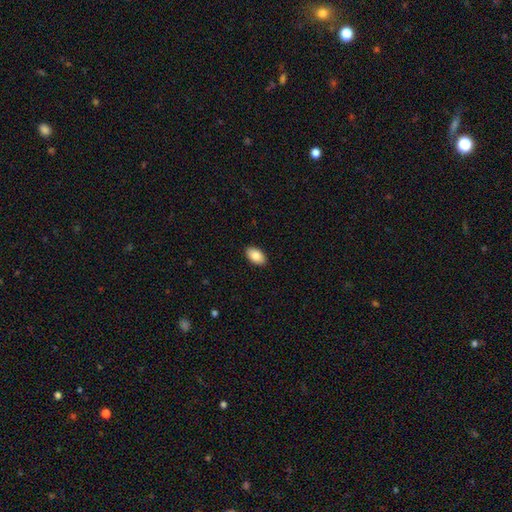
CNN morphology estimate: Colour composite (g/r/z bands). It shows a smooth galaxy with no disk features (87%) that is in between round and cigar-shaped (93%). Merging: none (90%).